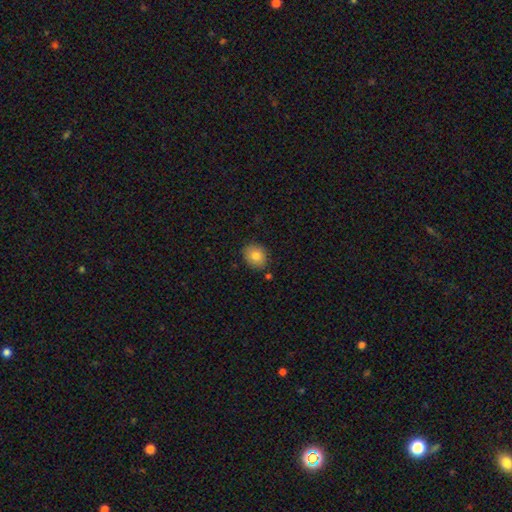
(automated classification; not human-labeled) Morphology: type=smooth (82%); roundness=round (58%); merging=none (84%).